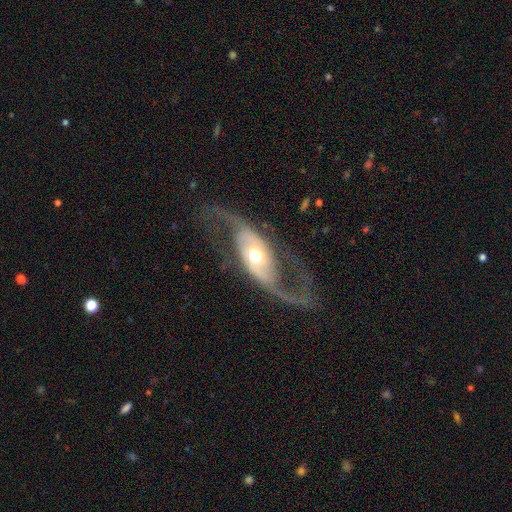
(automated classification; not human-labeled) The model was most divided on "bar": no: 48%, weak: 29%, strong: 23%. More confident: spiral arms — yes (95%); edge-on disk — no (94%); spiral arm count — 2 (94%); smooth or featured — featured or disk (90%); merging — none (73%); bulge size — moderate (67%); spiral winding — loose (59%).